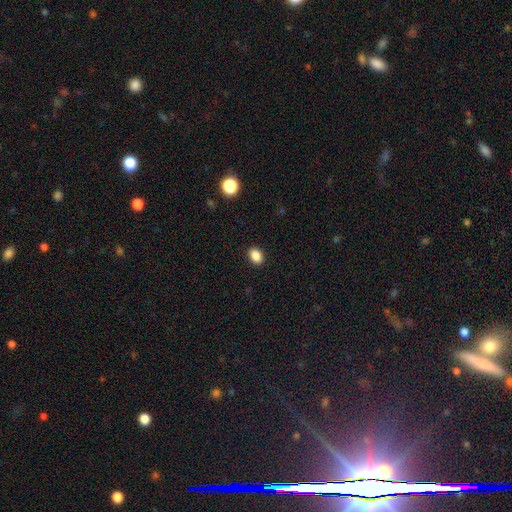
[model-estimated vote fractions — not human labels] The model was most divided on "how rounded": in between: 70%, round: 29%, cigar-shaped: 1%. More confident: merging — none (90%); smooth or featured — smooth (87%).